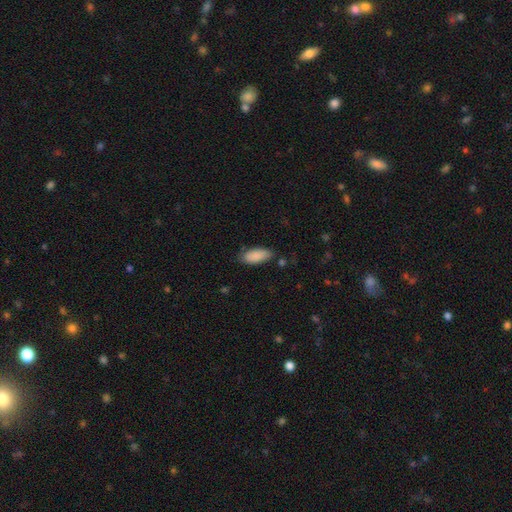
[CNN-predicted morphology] Smooth or featured?
  - smooth: 88% *
  - star or artifact: 6%
  - featured or disk: 6%
How rounded?
  - in between: 88% *
  - cigar-shaped: 10%
  - round: 2%
Merging?
  - none: 73% *
  - minor disturbance: 21%
  - major disturbance: 4%
  - merger: 3%